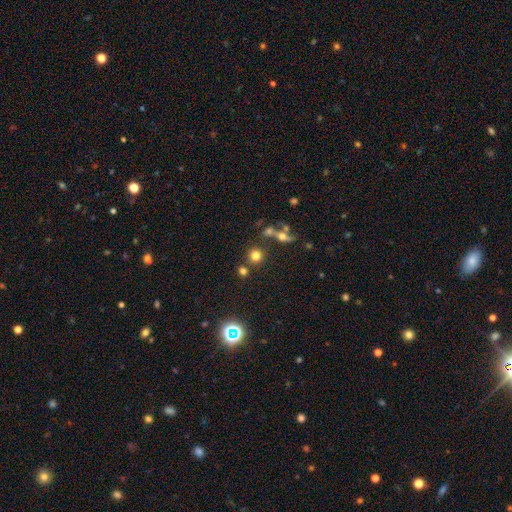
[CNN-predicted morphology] Smooth or featured? smooth (73%)
How rounded? round (90%)
Merging? none (72%)